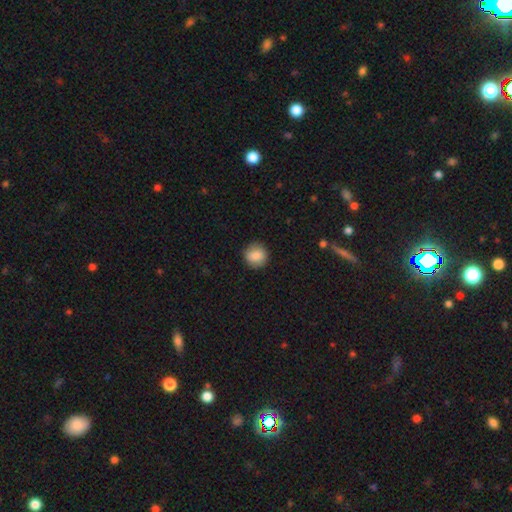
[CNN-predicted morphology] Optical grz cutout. It shows a smooth galaxy with no disk features (86%) that is round (90%). Merging: none (89%).